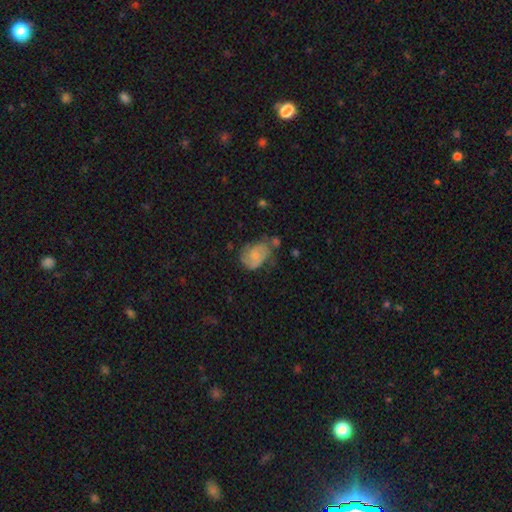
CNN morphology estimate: Smooth or featured? Predicted: featured or disk (p=0.48). Merging? Predicted: none (p=0.42).